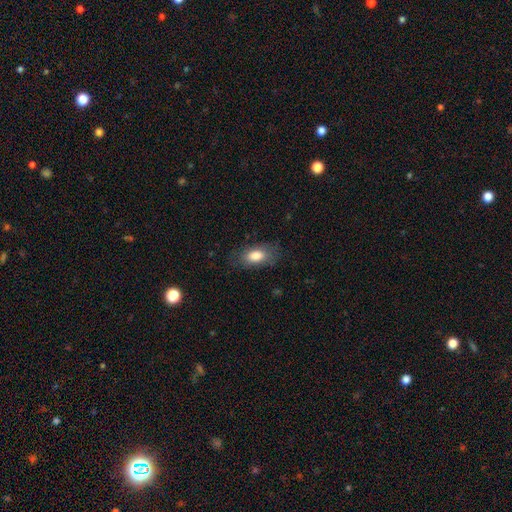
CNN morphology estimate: smooth-or-featured: smooth: 82% | featured or disk: 11% | star or artifact: 7%
  how-rounded: in between: 88% | cigar-shaped: 7% | round: 5%
  merging: none: 77% | minor disturbance: 16% | major disturbance: 6% | merger: 1%